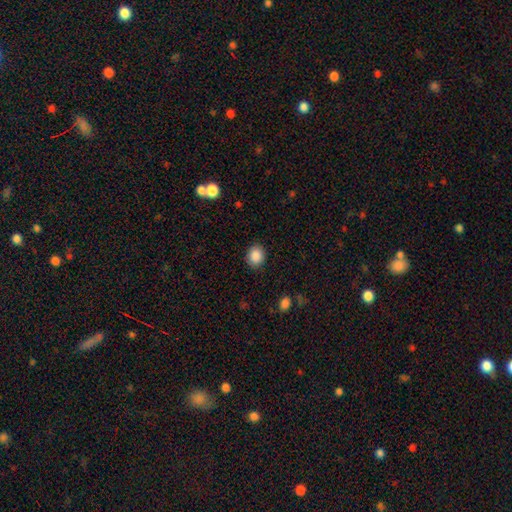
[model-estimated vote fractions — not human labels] This appears to be a smooth galaxy with no disk features (88%) that is round (64%). Merging: none (89%).